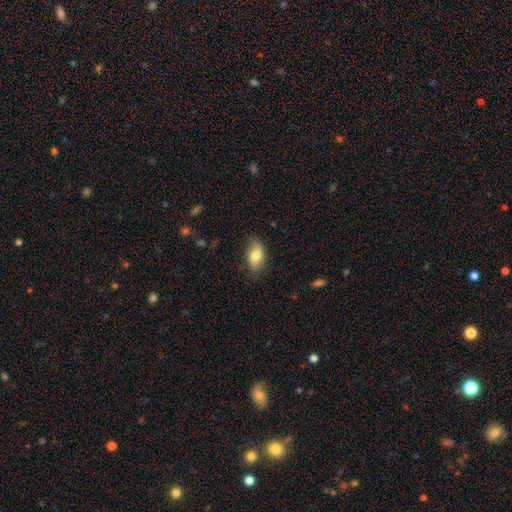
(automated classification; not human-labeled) Smooth or featured?
  - smooth: 79% *
  - featured or disk: 14%
  - star or artifact: 7%
How rounded?
  - in between: 91% *
  - round: 6%
  - cigar-shaped: 2%
Merging?
  - none: 80% *
  - minor disturbance: 16%
  - major disturbance: 3%
  - merger: 1%